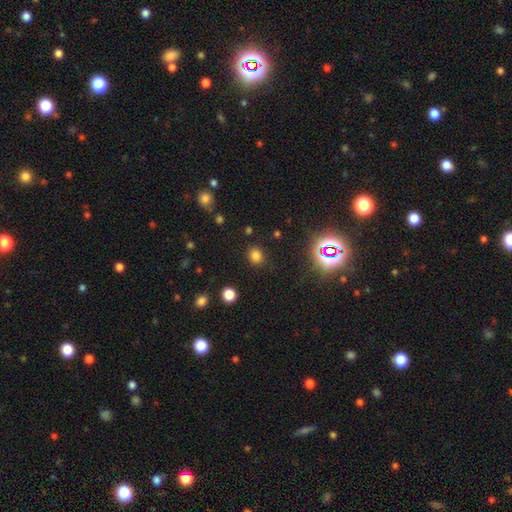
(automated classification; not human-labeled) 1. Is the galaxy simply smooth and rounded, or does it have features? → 77% smooth, 18% star or artifact, 5% featured or disk.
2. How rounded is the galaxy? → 73% round, 26% in between, 1% cigar-shaped.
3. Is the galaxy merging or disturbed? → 87% none, 8% minor disturbance, 3% major disturbance, 2% merger.